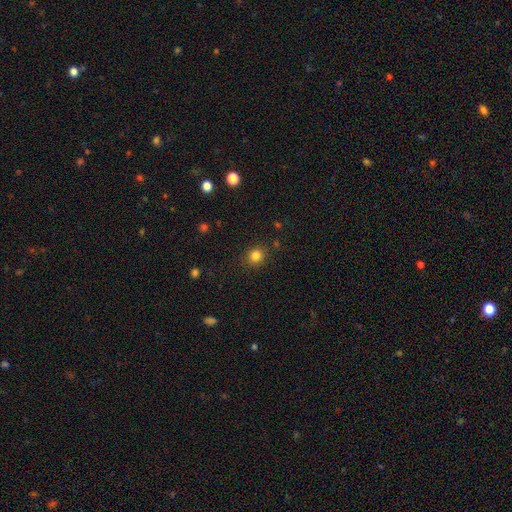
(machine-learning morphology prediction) The model was most divided on "how rounded": round: 84%, in between: 15%, cigar-shaped: 1%. More confident: merging — none (88%); smooth or featured — smooth (82%).